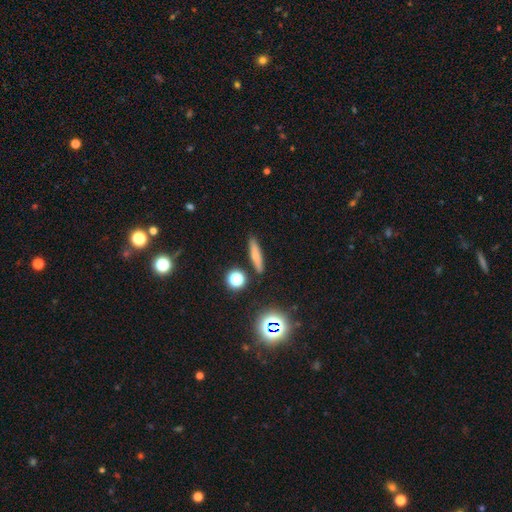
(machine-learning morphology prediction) type=smooth (60%); roundness=cigar-shaped (77%); merging=none (87%).